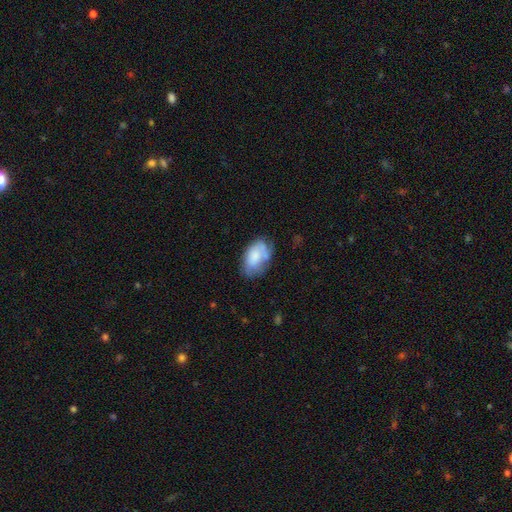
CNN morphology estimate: Overall: smooth (69%). How rounded: in between (92%). Merging: none (52%; minor disturbance 29%).